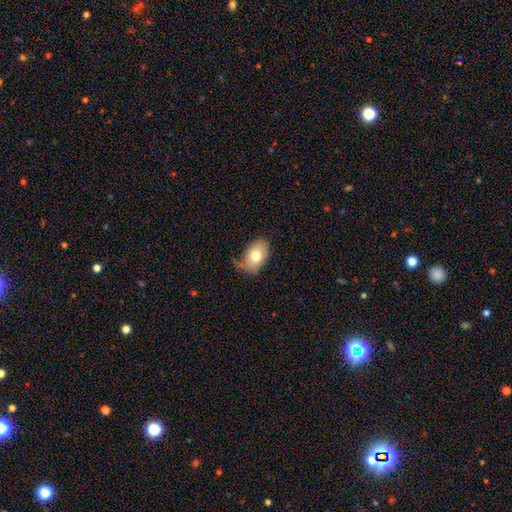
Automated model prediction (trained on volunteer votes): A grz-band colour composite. It shows a smooth galaxy with no disk features (73%) that is in between round and cigar-shaped (87%). Merging: none (62%).